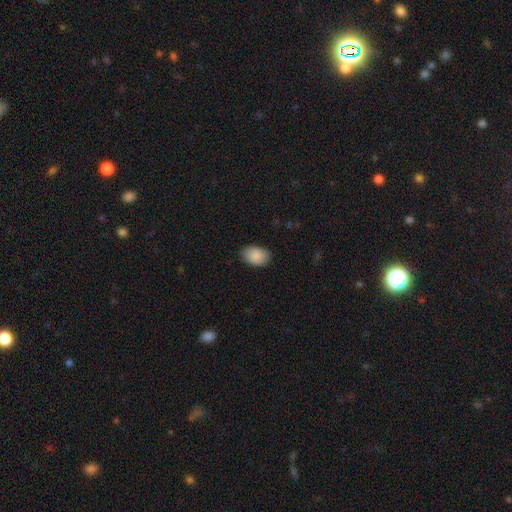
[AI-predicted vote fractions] Smooth or featured?
  - smooth: 89% *
  - star or artifact: 7%
  - featured or disk: 4%
How rounded?
  - in between: 84% *
  - round: 15%
  - cigar-shaped: 1%
Merging?
  - none: 82% *
  - minor disturbance: 15%
  - major disturbance: 3%
  - merger: 1%